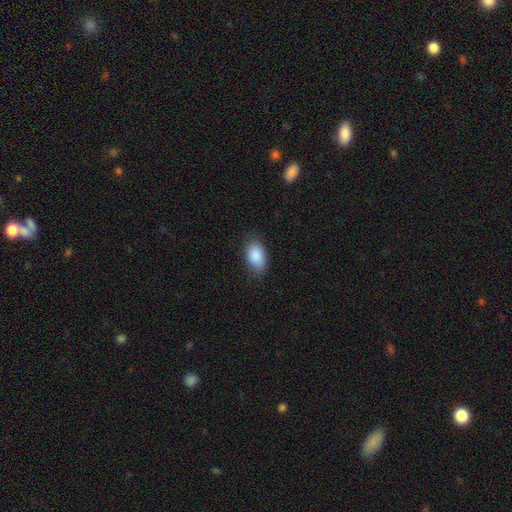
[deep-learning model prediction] Q: Smooth or featured?
A: smooth (89%); runner-up: star or artifact (6%)
Q: How rounded?
A: in between (92%); runner-up: round (6%)
Q: Merging?
A: none (82%); runner-up: minor disturbance (14%)